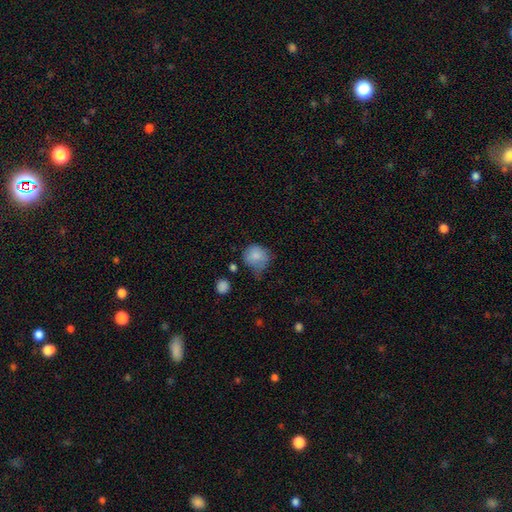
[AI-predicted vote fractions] smooth_or_featured: smooth (p=0.81) [alt: star or artifact p=0.09]
how_rounded: round (p=0.76) [alt: in between p=0.23]
merging: none (p=0.39) [alt: minor disturbance p=0.38]